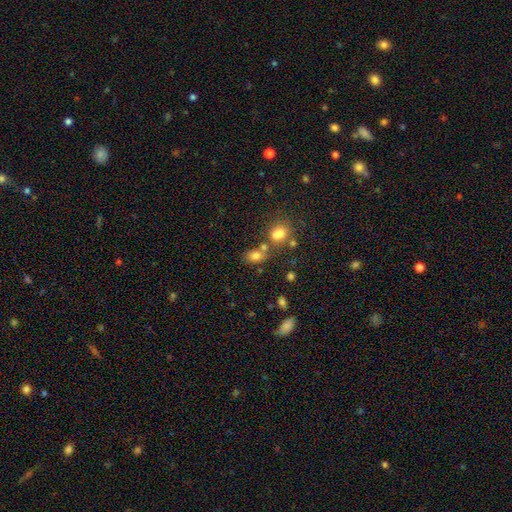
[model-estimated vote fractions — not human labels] Smooth or featured? smooth (76%)
How rounded? in between (73%)
Merging? none (51%)